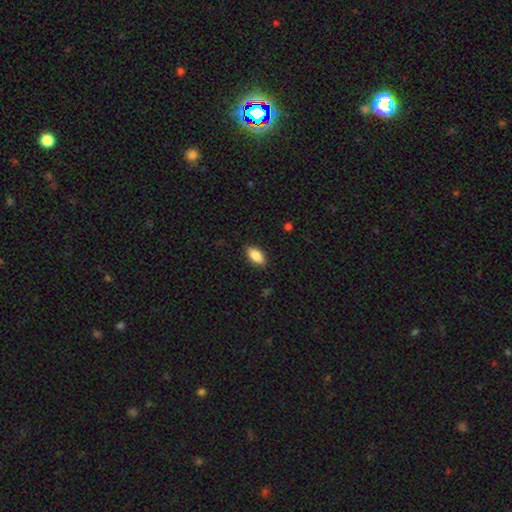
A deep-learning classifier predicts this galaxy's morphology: Smooth or featured: smooth — 86% (star or artifact — 7%)
How rounded: in between — 90% (cigar-shaped — 7%)
Merging: none — 86% (minor disturbance — 11%)